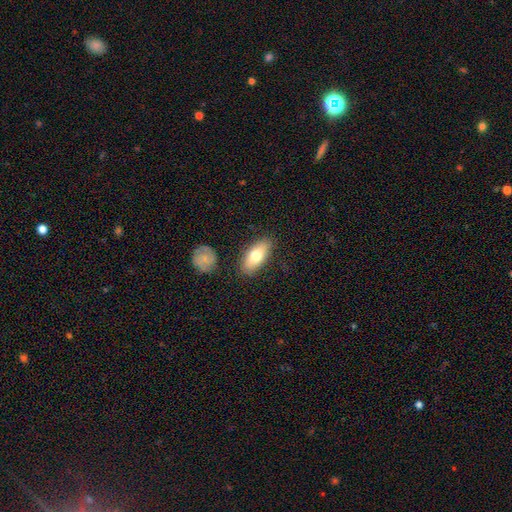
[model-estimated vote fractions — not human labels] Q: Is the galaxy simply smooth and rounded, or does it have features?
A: smooth — 70%.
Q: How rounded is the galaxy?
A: in between — 83%.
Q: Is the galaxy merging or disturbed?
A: none — 83%.